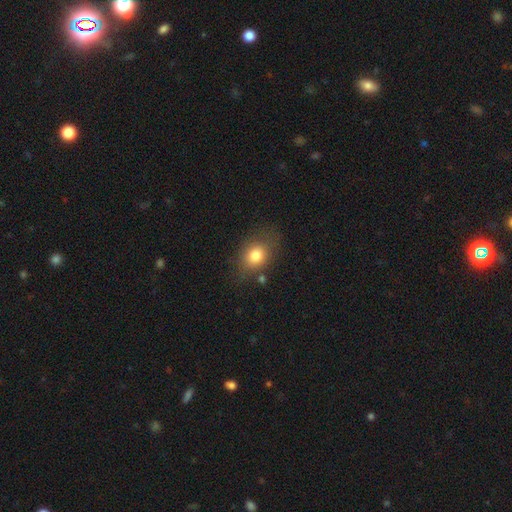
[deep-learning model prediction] Smooth or featured? Predicted: smooth (p=0.79). How rounded? Predicted: in between (p=0.58). Merging? Predicted: none (p=0.70).